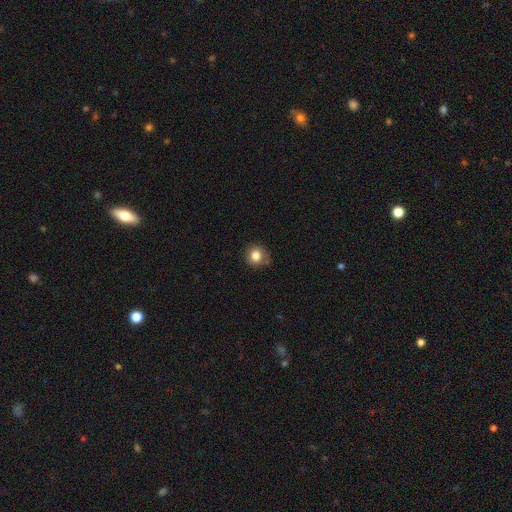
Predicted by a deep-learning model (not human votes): Smooth or featured?
  - smooth: 83% *
  - star or artifact: 11%
  - featured or disk: 6%
How rounded?
  - round: 90% *
  - in between: 9%
  - cigar-shaped: 1%
Merging?
  - none: 81% *
  - minor disturbance: 14%
  - major disturbance: 3%
  - merger: 2%